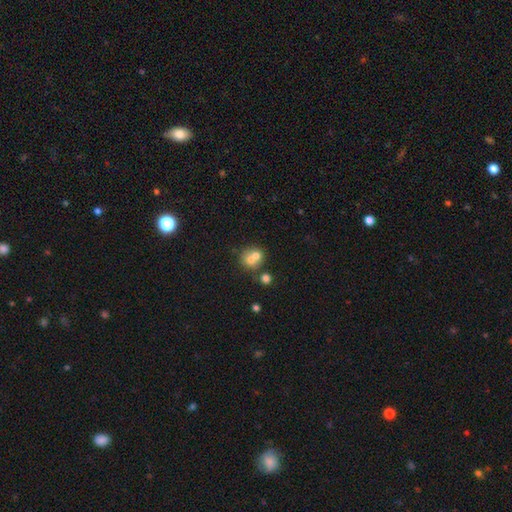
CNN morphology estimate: Smooth or featured: smooth — 66% (featured or disk — 22%)
How rounded: round — 80% (in between — 19%)
Merging: merger — 55% (none — 35%)